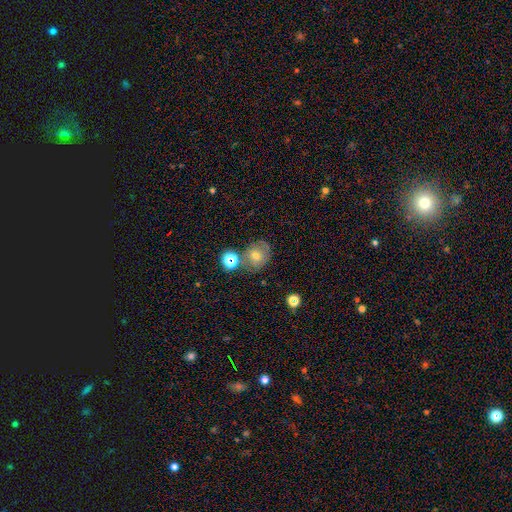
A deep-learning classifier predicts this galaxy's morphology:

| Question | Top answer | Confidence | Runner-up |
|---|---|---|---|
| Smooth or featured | smooth | 54% | featured or disk (29%) |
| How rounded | round | 69% | in between (30%) |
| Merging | none | 60% | minor disturbance (17%) |